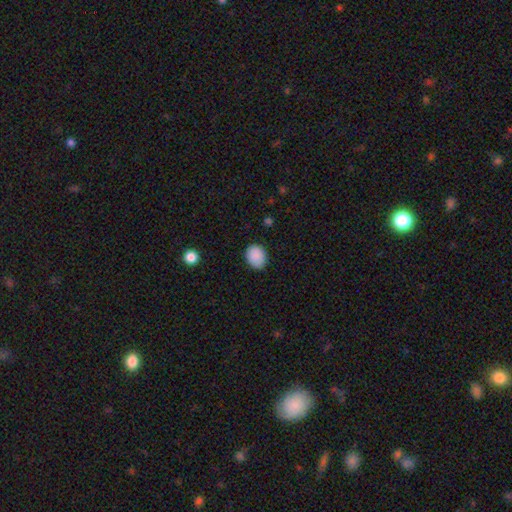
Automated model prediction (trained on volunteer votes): The model was most divided on "how rounded": in between: 53%, round: 47%, cigar-shaped: 1%. More confident: smooth or featured — smooth (89%); merging — none (84%).